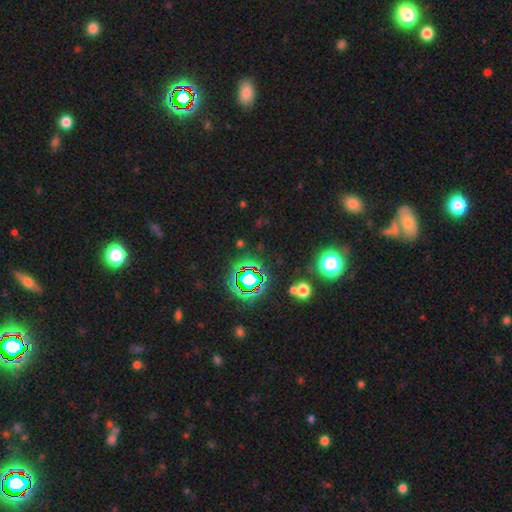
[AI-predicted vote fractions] Smooth or featured? Predicted: star or artifact (p=0.75).